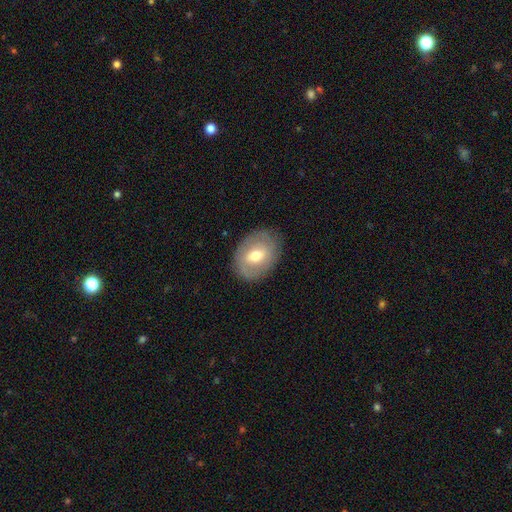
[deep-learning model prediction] The model was most divided on "smooth or featured": smooth: 47%, featured or disk: 46%, star or artifact: 7%. More confident: merging — none (82%).